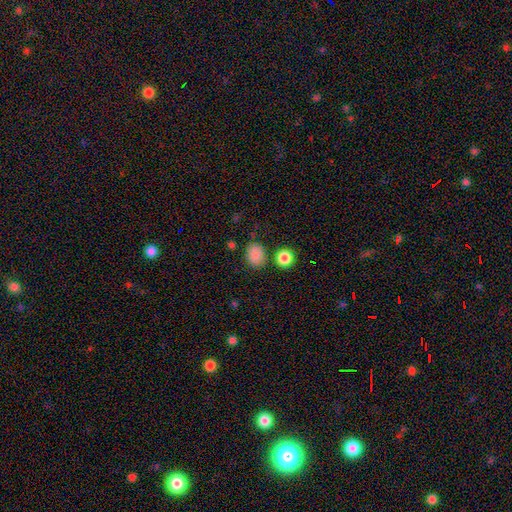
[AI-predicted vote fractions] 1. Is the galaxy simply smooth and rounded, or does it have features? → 85% smooth, 11% star or artifact, 4% featured or disk.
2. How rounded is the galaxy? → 56% in between, 43% round, 1% cigar-shaped.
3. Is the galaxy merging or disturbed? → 78% none, 13% minor disturbance, 5% merger, 4% major disturbance.